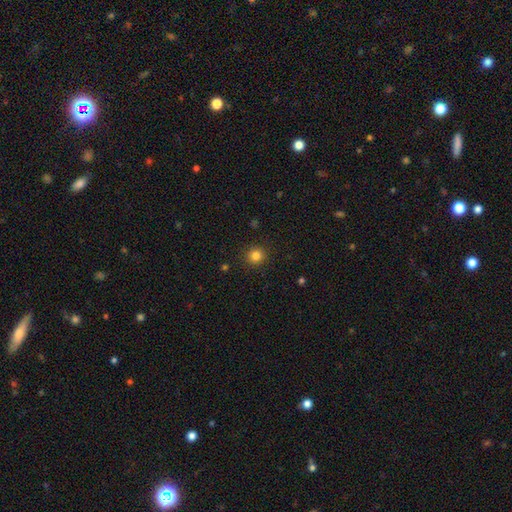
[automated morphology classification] smooth-or-featured: smooth: 83% | star or artifact: 12% | featured or disk: 5%
  how-rounded: round: 92% | in between: 7% | cigar-shaped: 1%
  merging: none: 91% | minor disturbance: 6% | major disturbance: 2% | merger: 1%